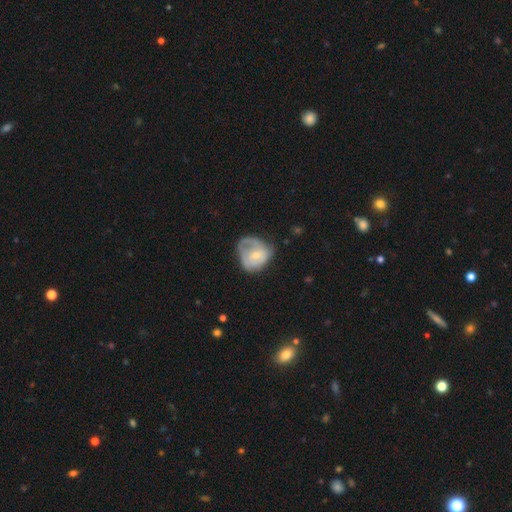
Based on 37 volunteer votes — Smooth or featured? 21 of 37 (57%) said featured or disk. Edge-on disk? 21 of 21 (100%) said no. Bar? 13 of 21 (62%) said no. Spiral arms? 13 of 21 (62%) said no. Bulge size? 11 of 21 (52%) said moderate. Merging? 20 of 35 (57%) said major disturbance.